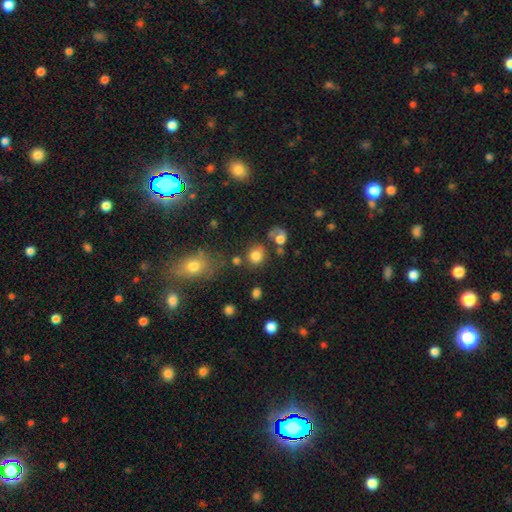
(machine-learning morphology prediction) A smooth galaxy with no disk features (80%) that is round (79%).

Vote fractions:
- Smooth or featured? smooth: 80% / star or artifact: 13% / featured or disk: 7%
- How rounded? round: 79% / in between: 20% / cigar-shaped: 1%
- Merging? none: 69% / minor disturbance: 13% / merger: 12% / major disturbance: 6%